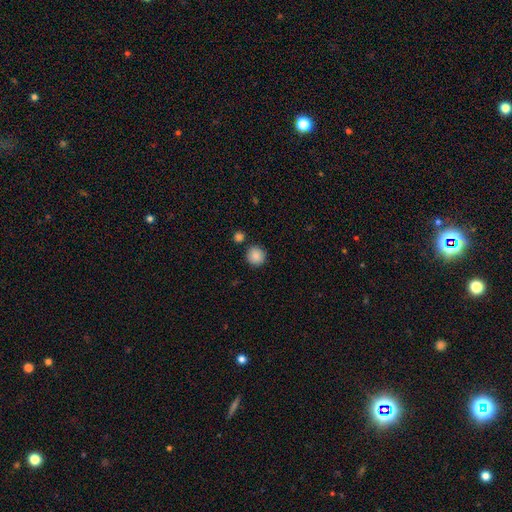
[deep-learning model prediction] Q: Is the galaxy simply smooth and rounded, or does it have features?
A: smooth — 87%.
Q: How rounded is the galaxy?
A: round — 94%.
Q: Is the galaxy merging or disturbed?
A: none — 85%.